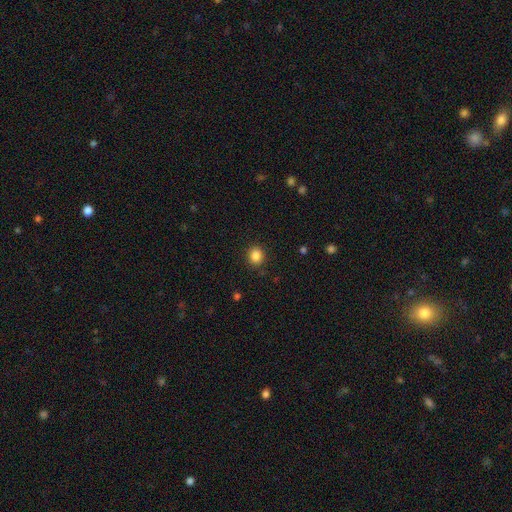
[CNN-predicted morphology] Overall: smooth (85%). How rounded: round (82%). Merging: none (90%).